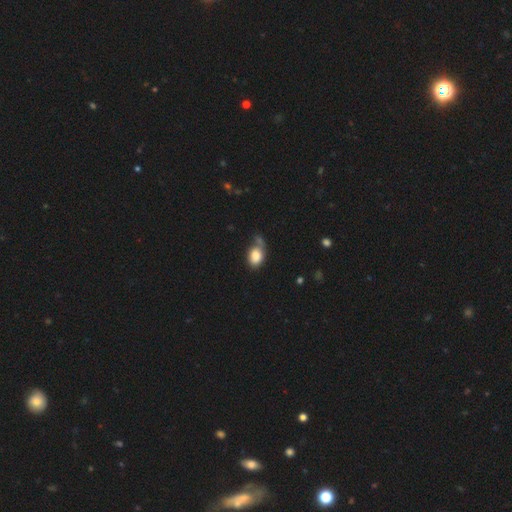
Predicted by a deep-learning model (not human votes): This is clearly a smooth galaxy (82%). How rounded: likely in between (75%). Merging: marginally none (45%).